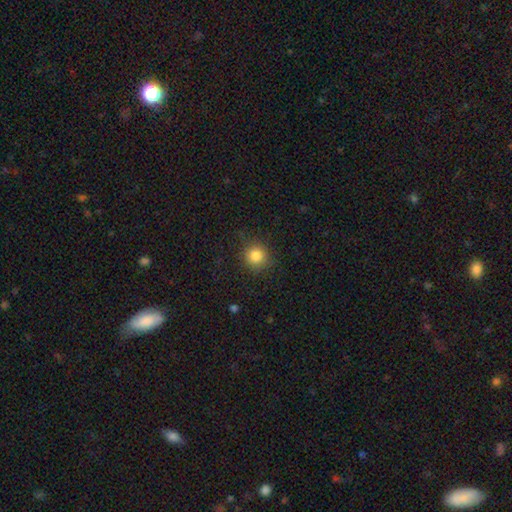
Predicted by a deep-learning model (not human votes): Q: Smooth or featured?
A: smooth (83%); runner-up: star or artifact (12%)
Q: How rounded?
A: round (92%); runner-up: in between (7%)
Q: Merging?
A: none (87%); runner-up: minor disturbance (9%)